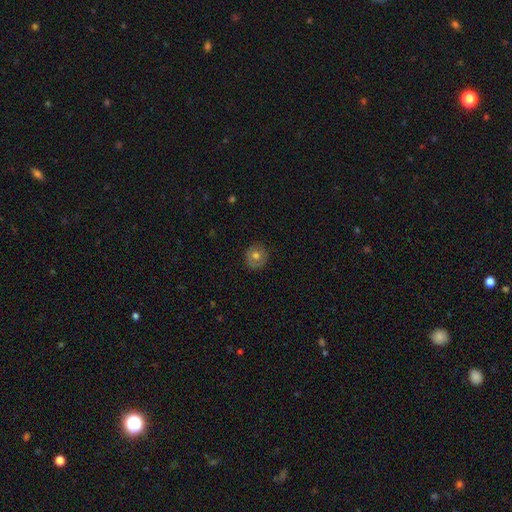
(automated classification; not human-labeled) smooth 66%, featured or disk 24%, star or artifact 10%. Down the decision tree: how rounded — round (90%); merging — none (85%).